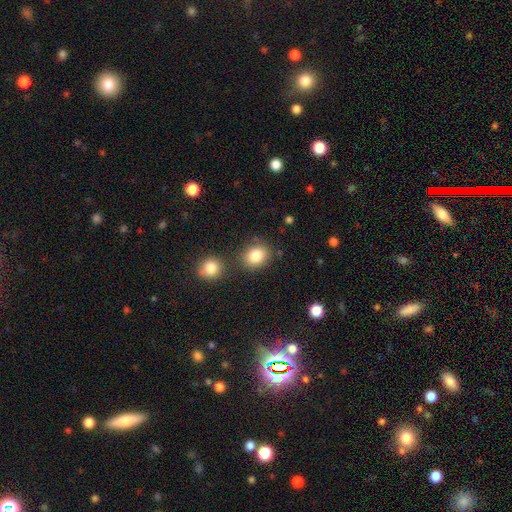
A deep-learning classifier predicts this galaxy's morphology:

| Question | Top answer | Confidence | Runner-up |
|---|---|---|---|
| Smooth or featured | smooth | 84% | star or artifact (10%) |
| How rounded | round | 59% | in between (40%) |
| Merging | none | 73% | merger (12%) |